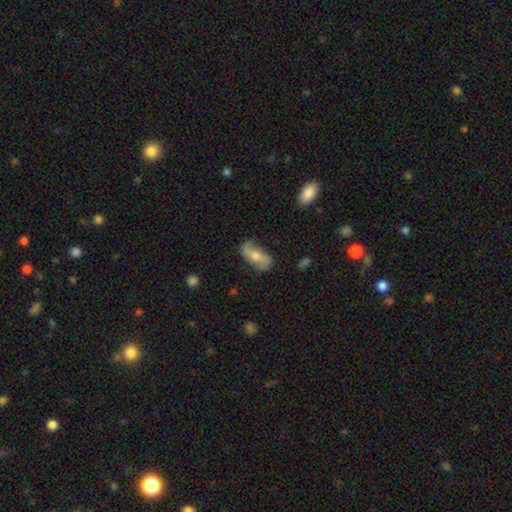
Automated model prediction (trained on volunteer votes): Smooth or featured: featured or disk — 57% (smooth — 36%)
Edge-on disk: no — 88% (yes — 12%)
Merging: none — 69% (minor disturbance — 21%)